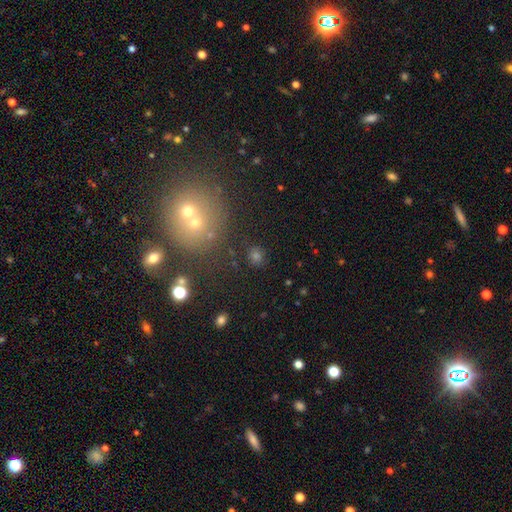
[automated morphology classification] Q: Smooth or featured?
A: smooth (60%); runner-up: star or artifact (30%)
Q: How rounded?
A: round (77%); runner-up: in between (21%)
Q: Merging?
A: none (77%); runner-up: merger (10%)